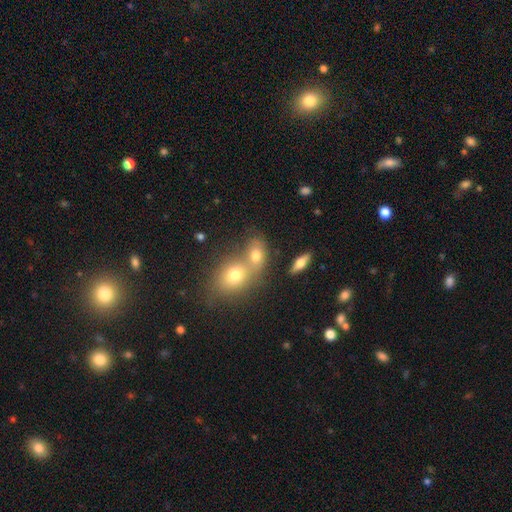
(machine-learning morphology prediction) smooth_or_featured: smooth (p=0.71) [alt: featured or disk p=0.16]
how_rounded: in between (p=0.62) [alt: round p=0.35]
merging: merger (p=0.49) [alt: none p=0.38]